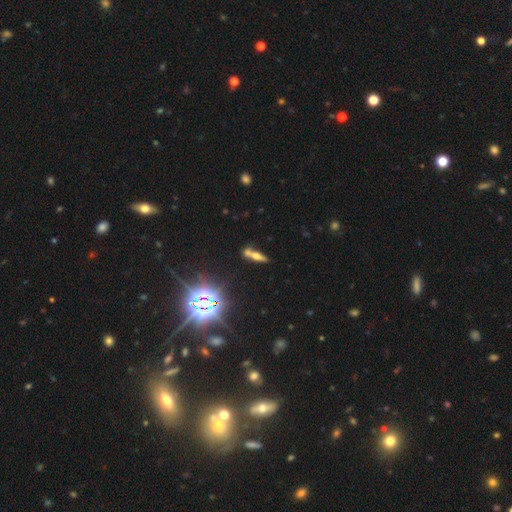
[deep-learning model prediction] A featured or disk galaxy (40%).

Vote fractions:
- Smooth or featured? featured or disk: 40% / smooth: 38% / star or artifact: 22%
- Merging? none: 52% / merger: 31% / minor disturbance: 12% / major disturbance: 5%